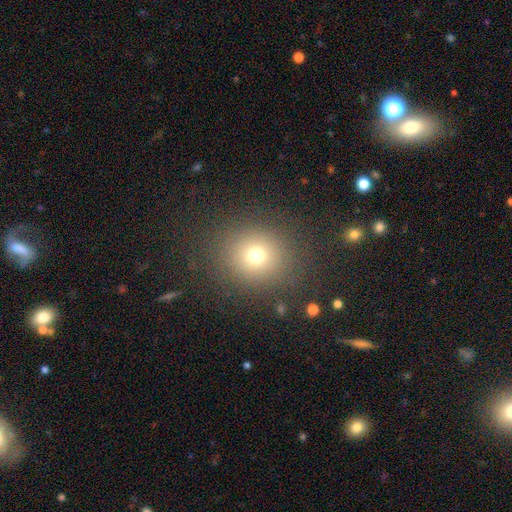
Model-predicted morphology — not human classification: smooth 72%, star or artifact 18%, featured or disk 10%. Down the decision tree: how rounded — round (80%); merging — none (85%).